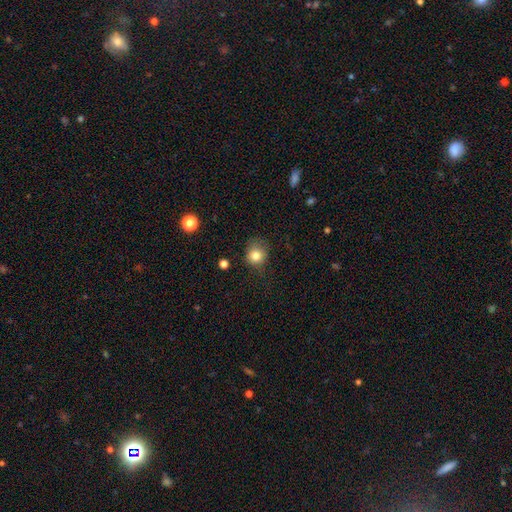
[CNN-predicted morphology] smooth-or-featured: smooth: 81% | star or artifact: 11% | featured or disk: 8%
  how-rounded: round: 81% | in between: 18% | cigar-shaped: 1%
  merging: none: 64% | minor disturbance: 25% | major disturbance: 9% | merger: 2%